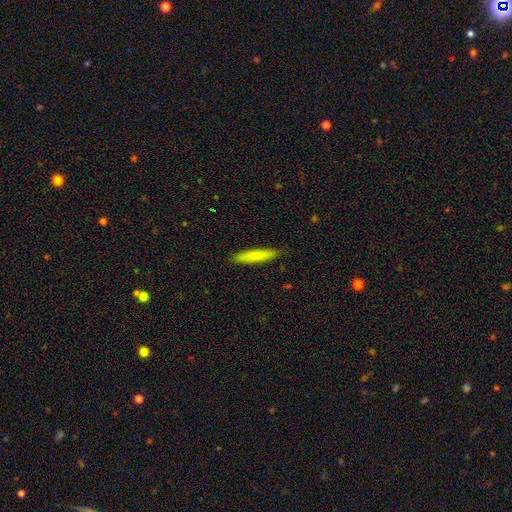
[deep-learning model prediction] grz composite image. It shows a smooth galaxy with no disk features (80%) that is cigar-shaped (90%). Merging: none (89%).